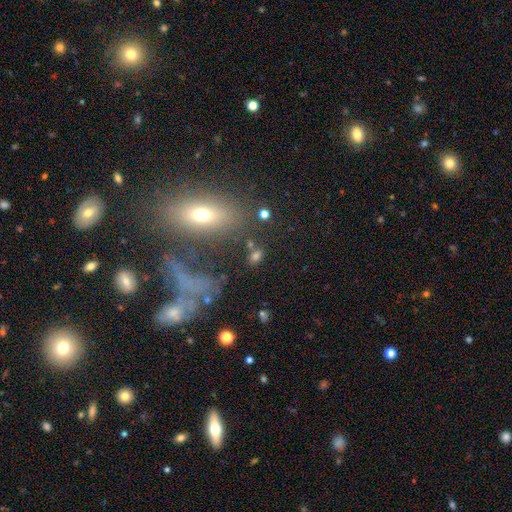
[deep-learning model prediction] Smooth or featured: smooth — 66% (star or artifact — 17%)
How rounded: in between — 72% (round — 22%)
Merging: none — 66% (minor disturbance — 13%)